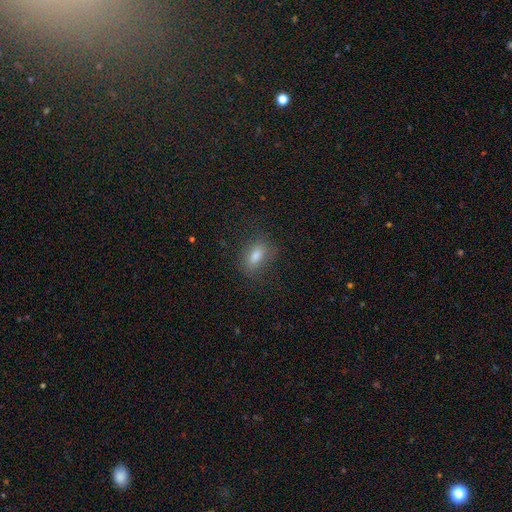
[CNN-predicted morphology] The model was most divided on "smooth or featured": smooth: 74%, star or artifact: 14%, featured or disk: 12%. More confident: merging — none (79%); how rounded — in between (78%).